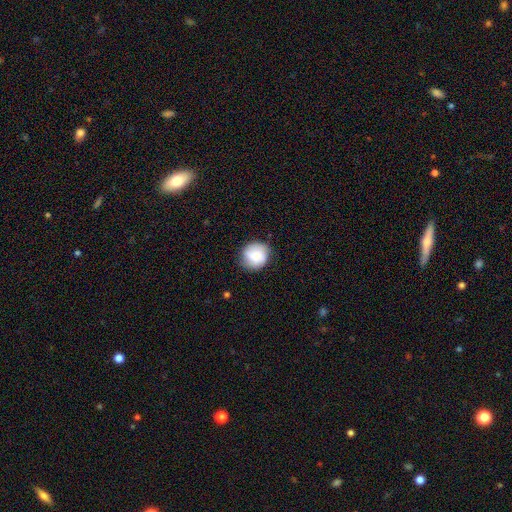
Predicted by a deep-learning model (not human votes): smooth-or-featured: smooth: 78% | featured or disk: 15% | star or artifact: 7%
  how-rounded: round: 88% | in between: 11% | cigar-shaped: 1%
  merging: none: 78% | minor disturbance: 17% | major disturbance: 4% | merger: 1%